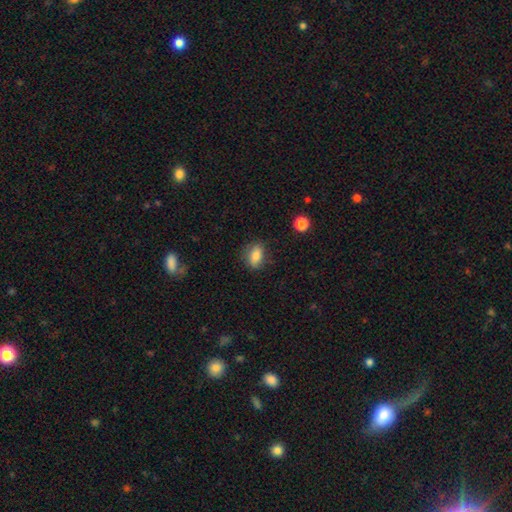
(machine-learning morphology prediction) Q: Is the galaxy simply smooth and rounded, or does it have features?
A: smooth — 81%.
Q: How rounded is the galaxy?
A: in between — 81%.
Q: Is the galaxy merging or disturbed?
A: none — 76%.